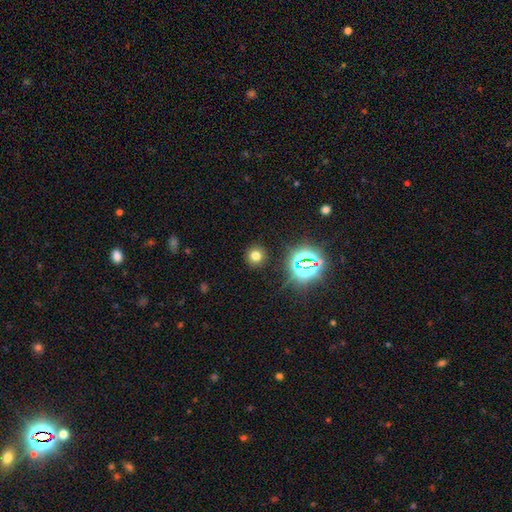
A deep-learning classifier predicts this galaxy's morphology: Q: Smooth or featured?
A: smooth (69%); runner-up: star or artifact (24%)
Q: How rounded?
A: round (91%); runner-up: in between (8%)
Q: Merging?
A: none (89%); runner-up: minor disturbance (6%)